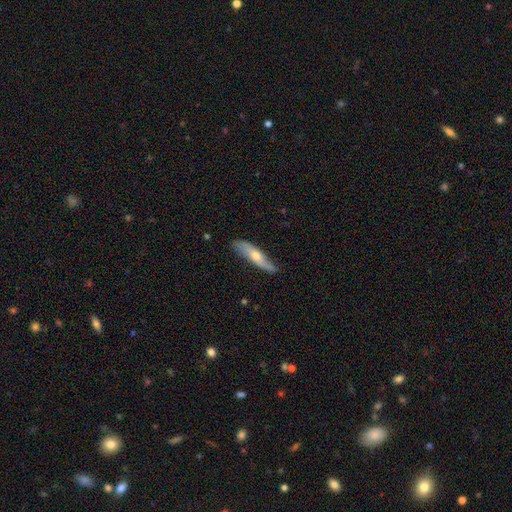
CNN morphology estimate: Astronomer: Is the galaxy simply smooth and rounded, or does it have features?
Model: featured or disk — 48% (runner-up: smooth, 47%).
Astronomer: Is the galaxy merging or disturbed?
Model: none — 76%.